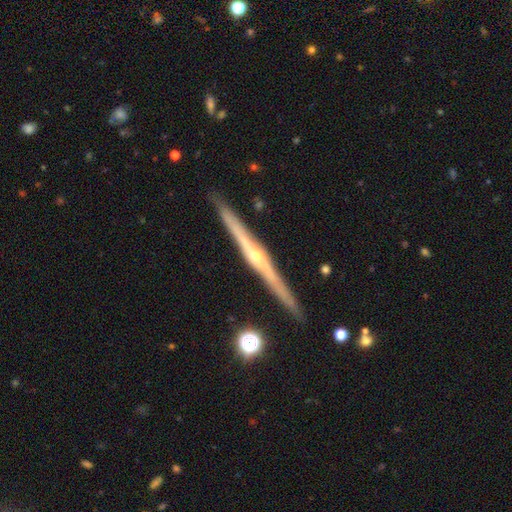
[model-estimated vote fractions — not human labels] smooth_or_featured: featured or disk (p=0.85) [alt: smooth p=0.09]
disk_edge_on: yes (p=0.98) [alt: no p=0.02]
edge_on_bulge: rounded (p=0.83) [alt: none p=0.13]
merging: none (p=0.91) [alt: minor disturbance p=0.06]